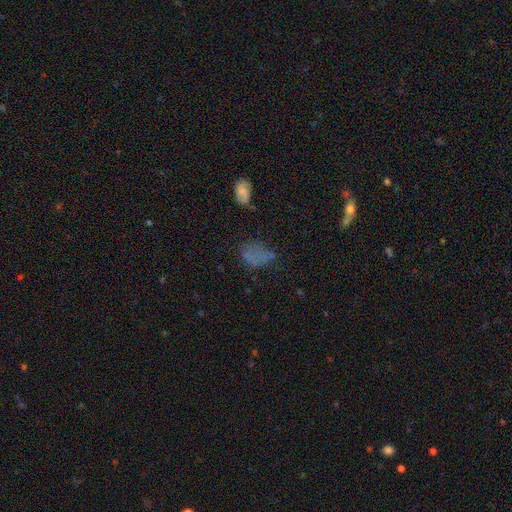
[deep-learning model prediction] smooth 58%, star or artifact 23%, featured or disk 19%. Down the decision tree: how rounded — in between (77%); merging — none (46%).